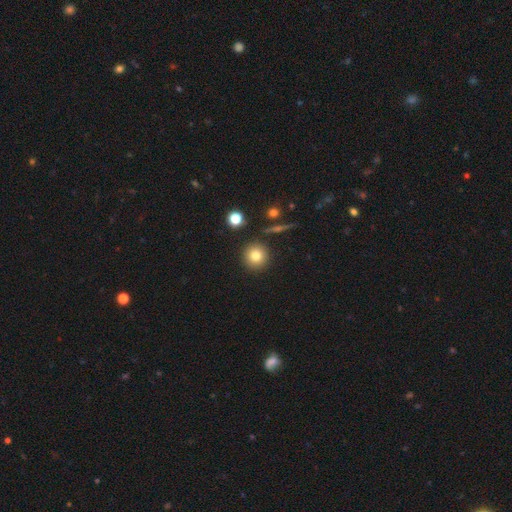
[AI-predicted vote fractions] smooth-or-featured: smooth: 79% | star or artifact: 11% | featured or disk: 10%
  how-rounded: round: 94% | in between: 5% | cigar-shaped: 1%
  merging: none: 89% | minor disturbance: 6% | merger: 3% | major disturbance: 2%